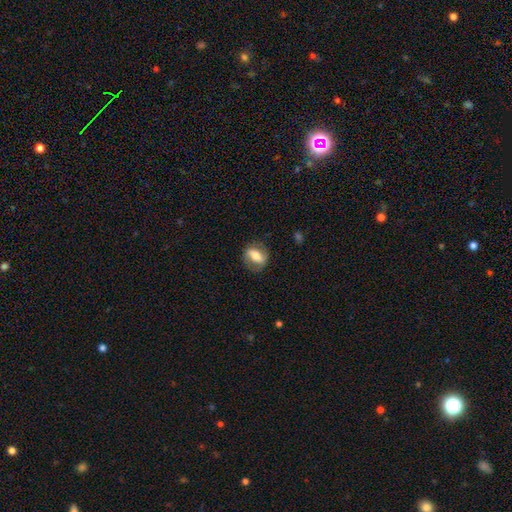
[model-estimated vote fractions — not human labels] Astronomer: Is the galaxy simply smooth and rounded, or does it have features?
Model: smooth — 53% (runner-up: featured or disk, 40%).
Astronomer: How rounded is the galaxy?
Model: in between — 68%.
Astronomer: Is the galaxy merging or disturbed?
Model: none — 76%.